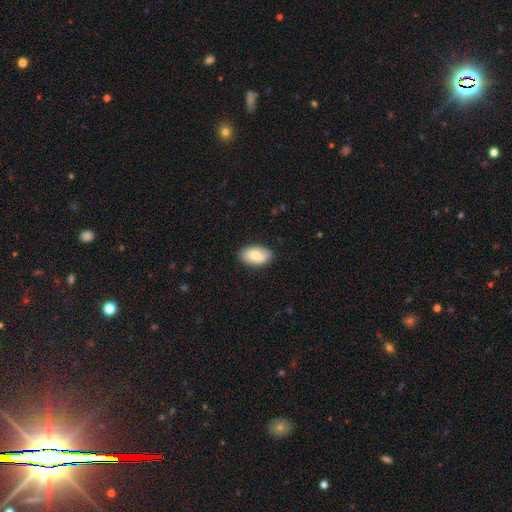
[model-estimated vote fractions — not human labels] This appears to be a smooth galaxy with no disk features (77%) that is in between round and cigar-shaped (94%). Merging: none (84%).